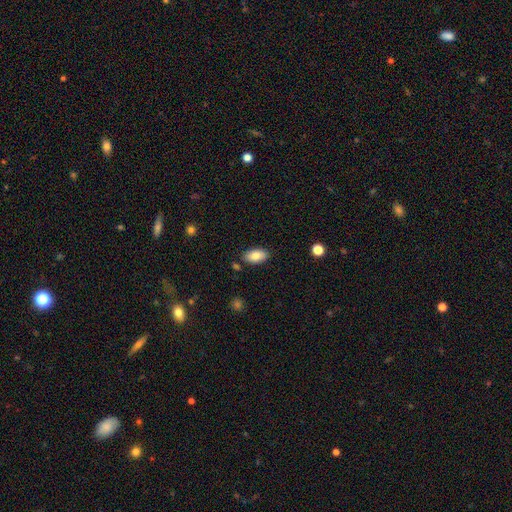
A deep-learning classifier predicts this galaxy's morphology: Smooth or featured? smooth (81%)
How rounded? in between (94%)
Merging? none (84%)